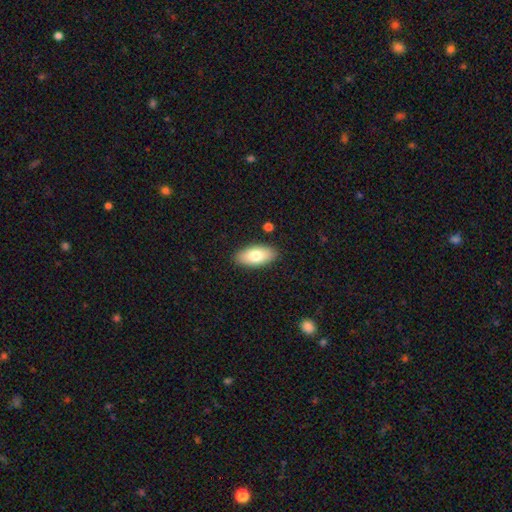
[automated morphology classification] smooth-or-featured: smooth: 77% | featured or disk: 17% | star or artifact: 6%
  how-rounded: in between: 91% | cigar-shaped: 7% | round: 3%
  merging: none: 88% | minor disturbance: 9% | major disturbance: 2% | merger: 2%